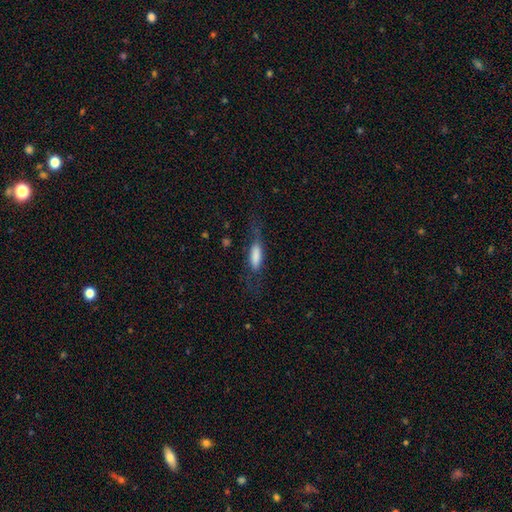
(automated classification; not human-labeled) Q: Smooth or featured?
A: smooth (70%); runner-up: featured or disk (23%)
Q: How rounded?
A: cigar-shaped (49%); runner-up: in between (48%)
Q: Merging?
A: none (58%); runner-up: minor disturbance (22%)